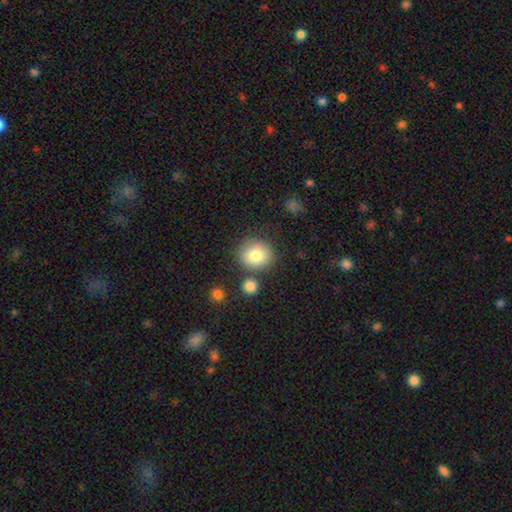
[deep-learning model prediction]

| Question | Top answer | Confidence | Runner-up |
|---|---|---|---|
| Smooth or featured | smooth | 81% | featured or disk (10%) |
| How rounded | round | 85% | in between (14%) |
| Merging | none | 77% | minor disturbance (10%) |